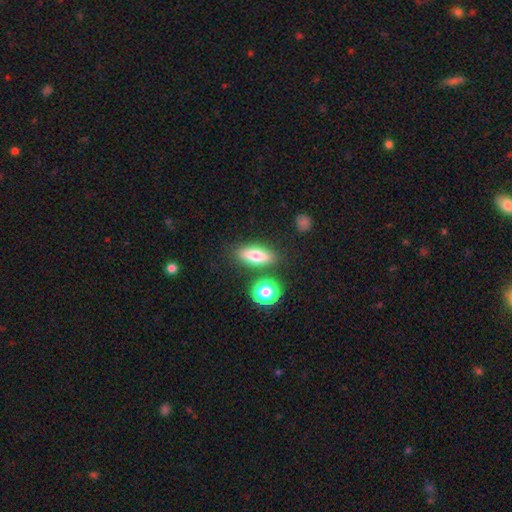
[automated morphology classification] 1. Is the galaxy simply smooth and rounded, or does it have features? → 69% smooth, 22% featured or disk, 9% star or artifact.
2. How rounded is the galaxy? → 60% in between, 33% cigar-shaped, 7% round.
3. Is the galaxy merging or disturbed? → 80% none, 10% minor disturbance, 6% merger, 3% major disturbance.